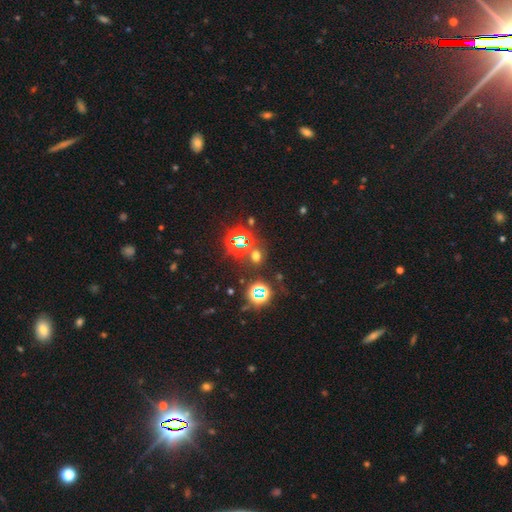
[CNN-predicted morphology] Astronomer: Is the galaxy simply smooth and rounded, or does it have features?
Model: star or artifact — 51% (runner-up: smooth, 42%).